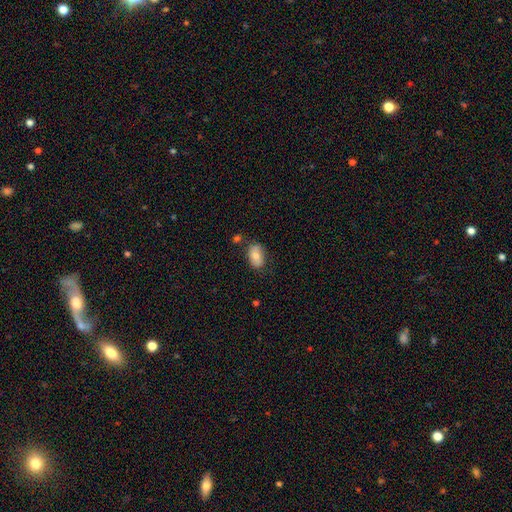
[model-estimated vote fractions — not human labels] smooth 74%, featured or disk 18%, star or artifact 8%. Down the decision tree: how rounded — in between (89%); merging — none (73%).